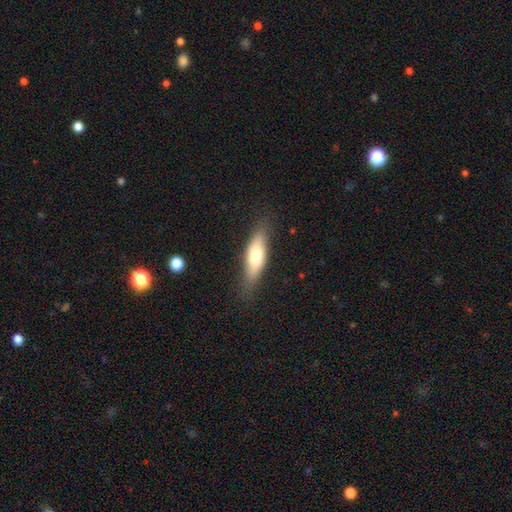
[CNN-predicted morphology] The model was most divided on "how rounded" (2-way tie): in between: 49%, cigar-shaped: 49%, round: 2%. More confident: merging — none (78%); smooth or featured — smooth (65%).